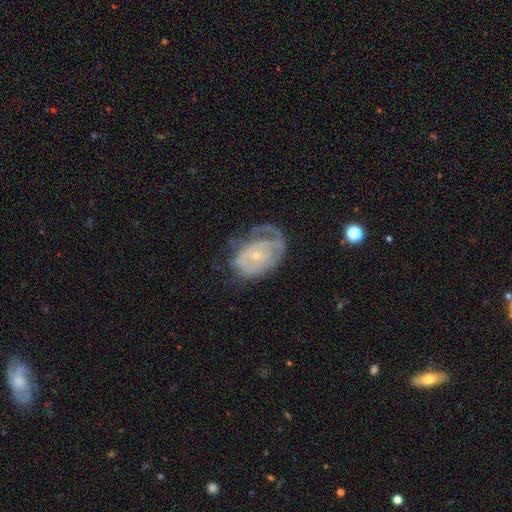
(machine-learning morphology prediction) A featured or disk galaxy (71%) with no bar (74%), spiral arms (71%) and a small central bulge (75%).

Vote fractions:
- Smooth or featured? featured or disk: 71% / smooth: 21% / star or artifact: 7%
- Edge-on disk? no: 96% / yes: 4%
- Bar? no: 74% / weak: 21% / strong: 5%
- Spiral arms? yes: 71% / no: 29%
- Bulge size? small: 75% / moderate: 21% / none: 2% / large: 1% / dominant: 1%
- Merging? none: 37% / major disturbance: 33% / minor disturbance: 28% / merger: 2%